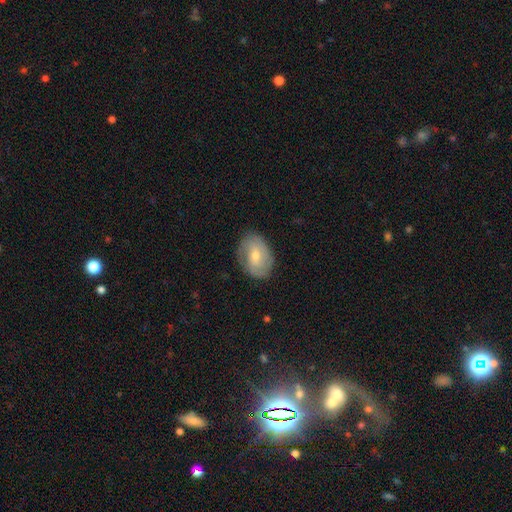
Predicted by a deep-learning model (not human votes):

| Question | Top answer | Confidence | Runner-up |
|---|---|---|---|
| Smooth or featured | featured or disk | 60% | smooth (33%) |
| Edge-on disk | no | 95% | yes (5%) |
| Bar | no | 55% | weak (36%) |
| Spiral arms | yes | 81% | no (19%) |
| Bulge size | moderate | 50% | small (46%) |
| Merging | none | 79% | minor disturbance (16%) |